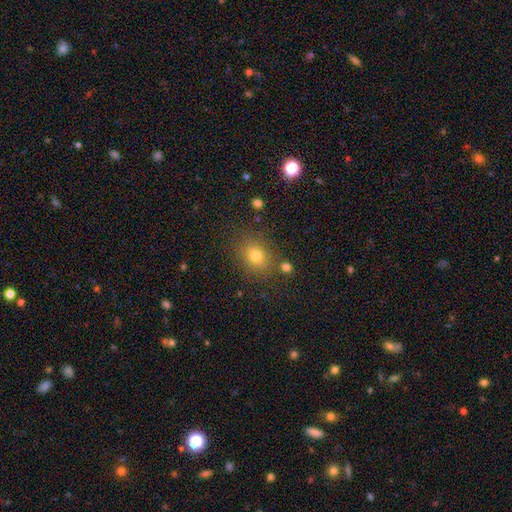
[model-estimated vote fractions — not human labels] smooth-or-featured: smooth: 75% | star or artifact: 16% | featured or disk: 9%
  how-rounded: round: 52% | in between: 47% | cigar-shaped: 1%
  merging: none: 79% | minor disturbance: 11% | merger: 5% | major disturbance: 4%